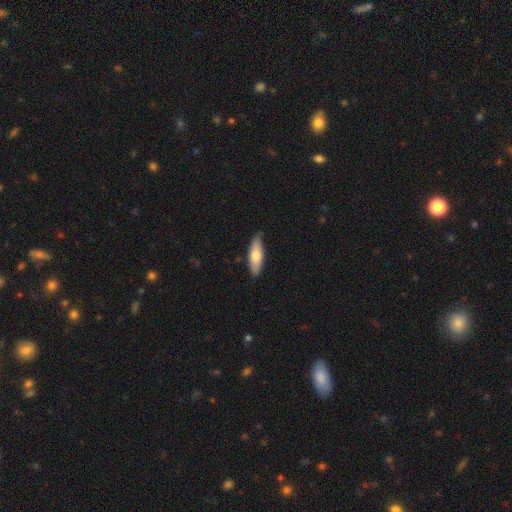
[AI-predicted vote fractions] Smooth or featured: smooth — 71% (featured or disk — 24%)
How rounded: in between — 58% (cigar-shaped — 40%)
Merging: none — 78% (minor disturbance — 18%)